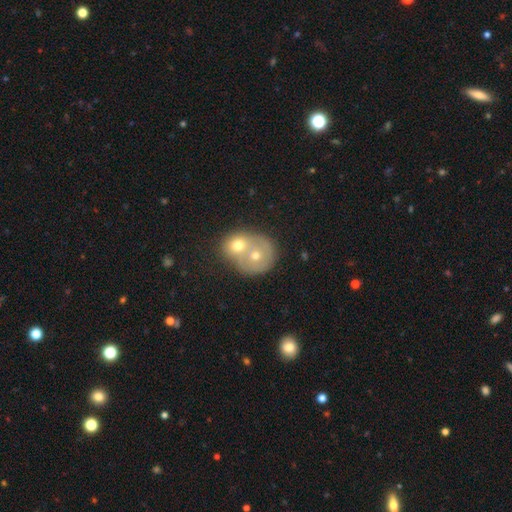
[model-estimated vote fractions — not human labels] smooth-or-featured: smooth: 56% | featured or disk: 35% | star or artifact: 9%
  how-rounded: round: 76% | in between: 23% | cigar-shaped: 1%
  merging: merger: 72% | none: 20% | minor disturbance: 6% | major disturbance: 3%